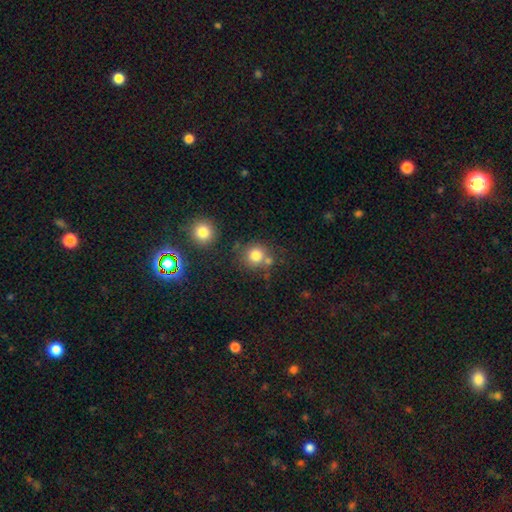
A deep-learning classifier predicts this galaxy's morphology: smooth-or-featured: smooth: 79% | star or artifact: 12% | featured or disk: 8%
  how-rounded: round: 90% | in between: 9% | cigar-shaped: 1%
  merging: none: 66% | merger: 19% | minor disturbance: 11% | major disturbance: 4%